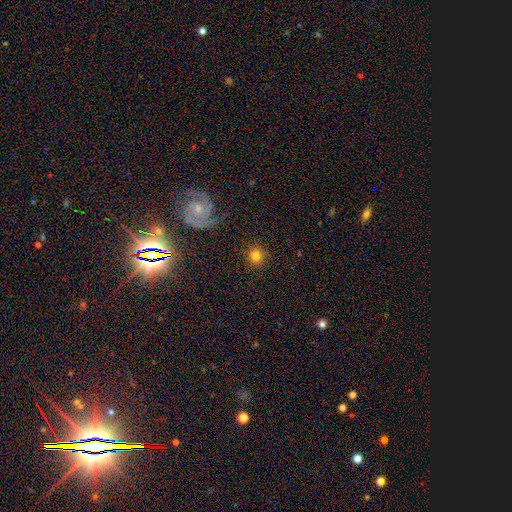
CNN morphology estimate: type=smooth (79%); roundness=round (88%); merging=none (88%).